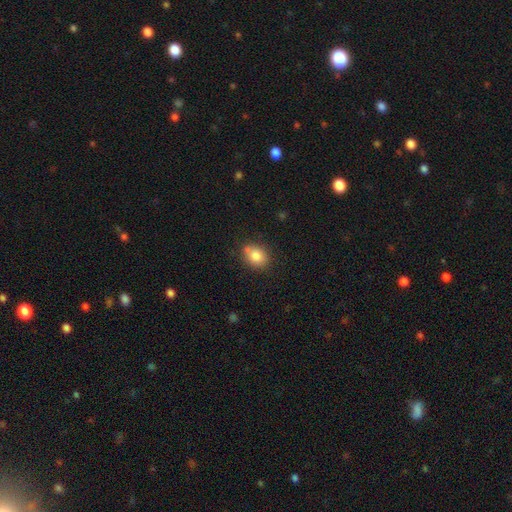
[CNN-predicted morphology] Smooth or featured: smooth — 81% (featured or disk — 10%)
How rounded: in between — 56% (round — 43%)
Merging: none — 69% (minor disturbance — 19%)